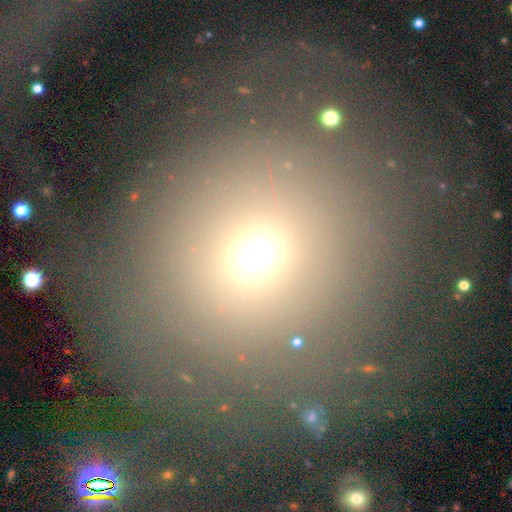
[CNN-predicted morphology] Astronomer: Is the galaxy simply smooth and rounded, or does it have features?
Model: smooth — 67%.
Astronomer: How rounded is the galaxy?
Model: round — 86%.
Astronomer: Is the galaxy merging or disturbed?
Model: none — 74%.